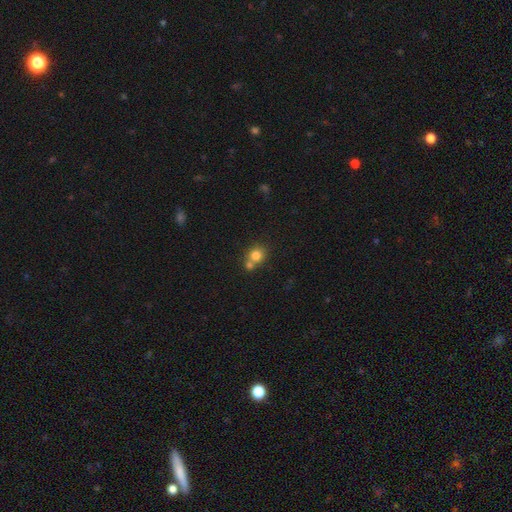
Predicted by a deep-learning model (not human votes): A smooth galaxy with no disk features (78%) that is round (77%). Merging: none (46%).